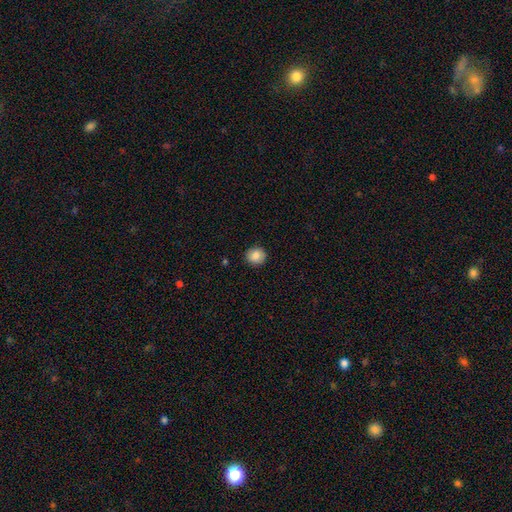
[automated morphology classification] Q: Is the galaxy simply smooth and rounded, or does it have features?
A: smooth — 85%.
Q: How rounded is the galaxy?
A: round — 89%.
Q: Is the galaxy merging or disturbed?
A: none — 91%.